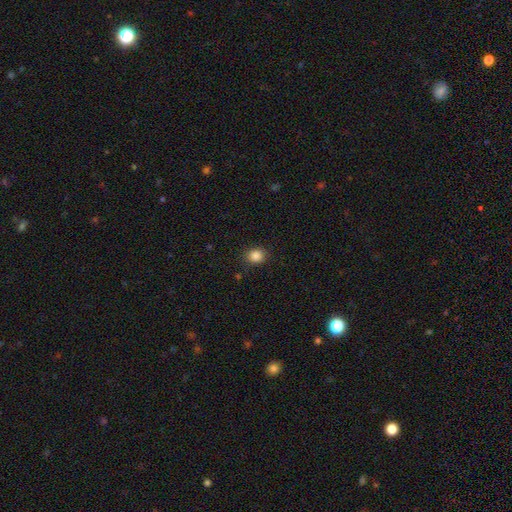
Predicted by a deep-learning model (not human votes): Smooth or featured?
  - smooth: 86% *
  - star or artifact: 11%
  - featured or disk: 4%
How rounded?
  - round: 74% *
  - in between: 25%
  - cigar-shaped: 1%
Merging?
  - none: 88% *
  - minor disturbance: 8%
  - major disturbance: 3%
  - merger: 1%